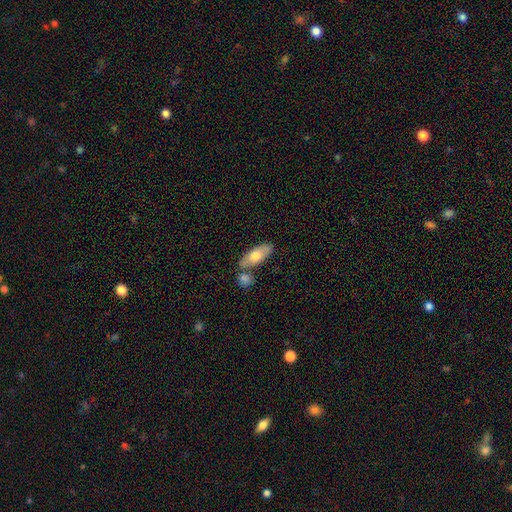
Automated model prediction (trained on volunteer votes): The model was most divided on "smooth or featured": smooth: 69%, featured or disk: 25%, star or artifact: 5%. More confident: how rounded — in between (76%); merging — none (65%).